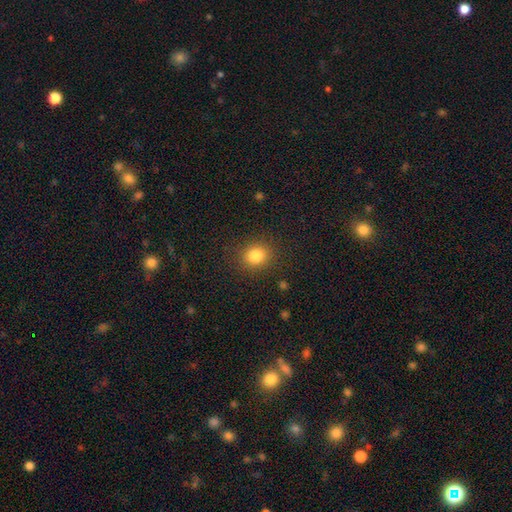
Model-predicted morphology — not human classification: This appears to be a smooth galaxy with no disk features (83%) that is round (67%). Merging: none (87%).